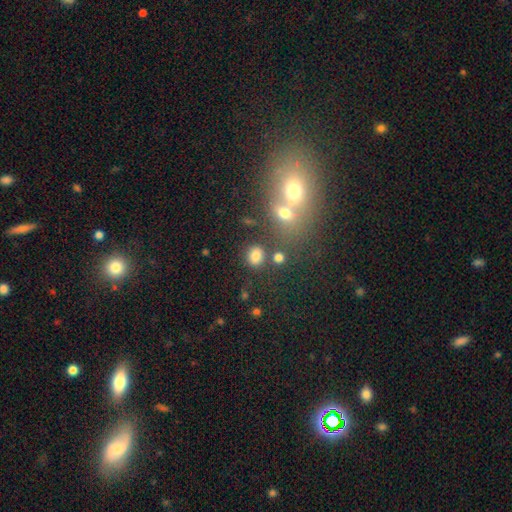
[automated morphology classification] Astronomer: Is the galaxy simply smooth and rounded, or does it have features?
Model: smooth — 78%.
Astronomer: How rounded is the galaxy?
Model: round — 67%.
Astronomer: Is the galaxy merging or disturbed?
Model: none — 75%.